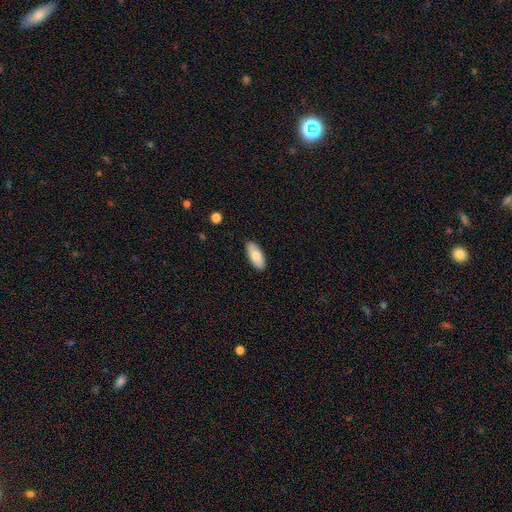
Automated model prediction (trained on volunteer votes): Morphology: type=smooth (77%); roundness=in between (87%); merging=none (89%).